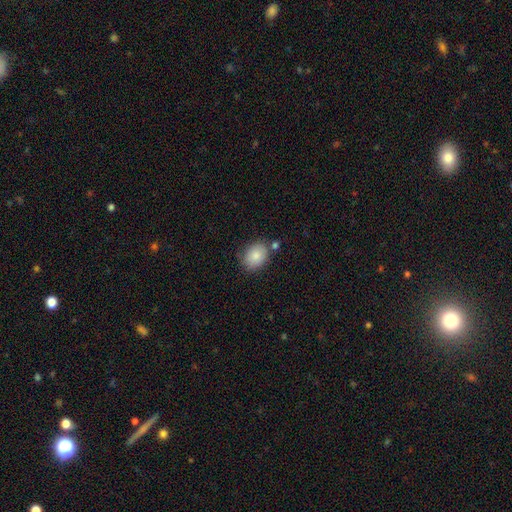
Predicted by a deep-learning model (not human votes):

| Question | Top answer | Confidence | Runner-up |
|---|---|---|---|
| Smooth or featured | smooth | 85% | featured or disk (8%) |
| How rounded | in between | 65% | round (34%) |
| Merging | none | 74% | minor disturbance (15%) |